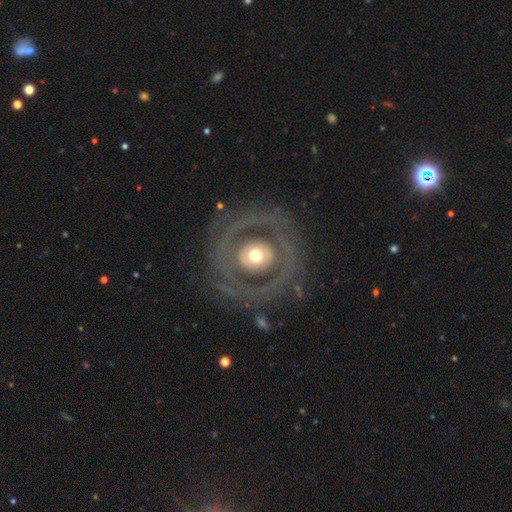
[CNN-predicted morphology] Overall: featured or disk (69%). Edge-on disk: no (96%). Bar: no (79%). Spiral arms: no (53%; yes 47%). Bulge size: moderate (59%; large 20%). Merging: none (75%).